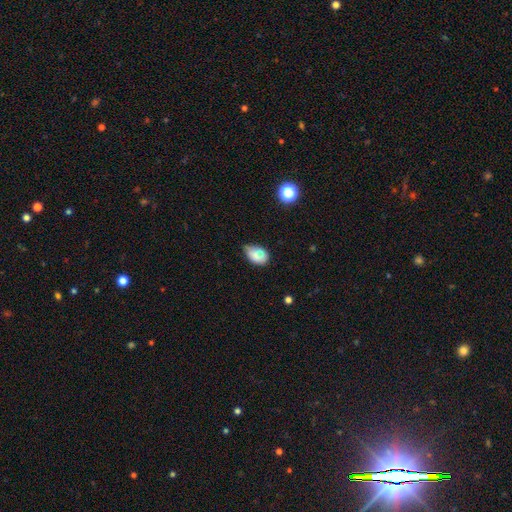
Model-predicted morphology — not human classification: Smooth or featured?
  - smooth: 81% *
  - featured or disk: 10%
  - star or artifact: 9%
How rounded?
  - in between: 80% *
  - round: 19%
  - cigar-shaped: 1%
Merging?
  - minor disturbance: 46% *
  - none: 42%
  - major disturbance: 9%
  - merger: 3%